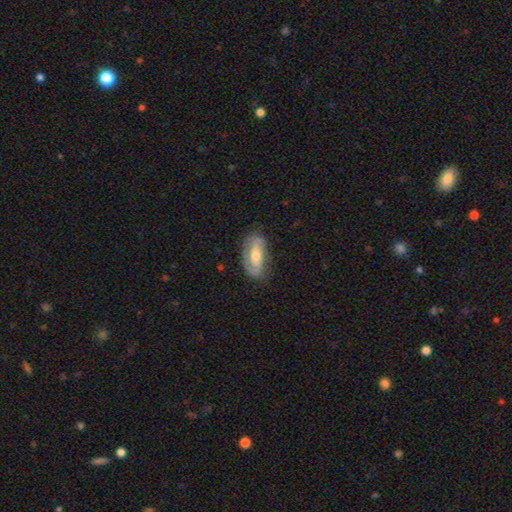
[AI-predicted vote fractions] Smooth or featured?
  - featured or disk: 71% *
  - smooth: 24%
  - star or artifact: 6%
Edge-on disk?
  - no: 89% *
  - yes: 11%
Bar?
  - strong: 39% *
  - weak: 33%
  - no: 28%
Spiral arms?
  - yes: 78% *
  - no: 22%
Bulge size?
  - moderate: 69% *
  - small: 22%
  - large: 7%
  - none: 1%
  - dominant: 1%
Merging?
  - none: 74% *
  - minor disturbance: 18%
  - major disturbance: 6%
  - merger: 1%